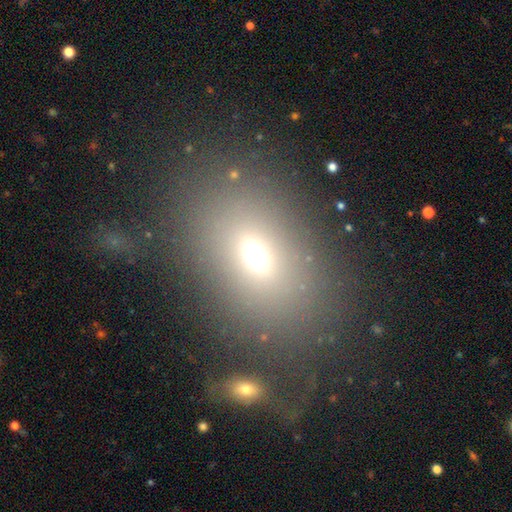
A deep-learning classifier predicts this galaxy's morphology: Q: Smooth or featured?
A: smooth (63%); runner-up: star or artifact (22%)
Q: How rounded?
A: in between (77%); runner-up: round (21%)
Q: Merging?
A: none (78%); runner-up: minor disturbance (11%)